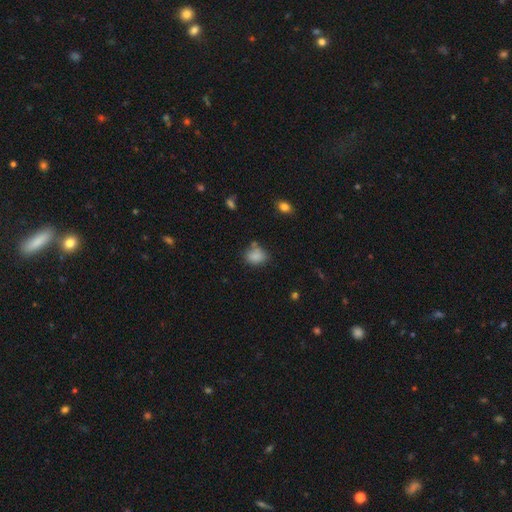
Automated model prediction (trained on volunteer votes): Smooth or featured? Predicted: smooth (p=0.84). How rounded? Predicted: in between (p=0.56). Merging? Predicted: none (p=0.65).